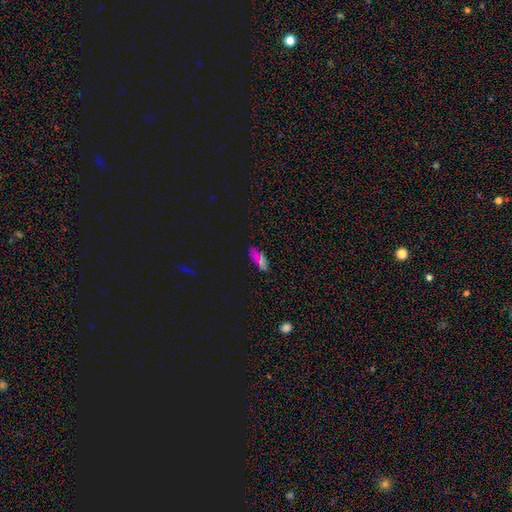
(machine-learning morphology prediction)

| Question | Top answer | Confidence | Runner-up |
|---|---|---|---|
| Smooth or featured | smooth | 45% | star or artifact (41%) |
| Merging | none | 72% | minor disturbance (18%) |